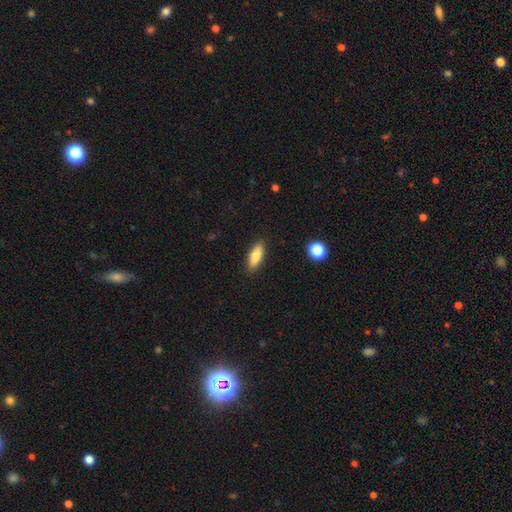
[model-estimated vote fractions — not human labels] Smooth or featured: smooth — 79% (featured or disk — 14%)
How rounded: in between — 65% (cigar-shaped — 32%)
Merging: none — 88% (minor disturbance — 9%)